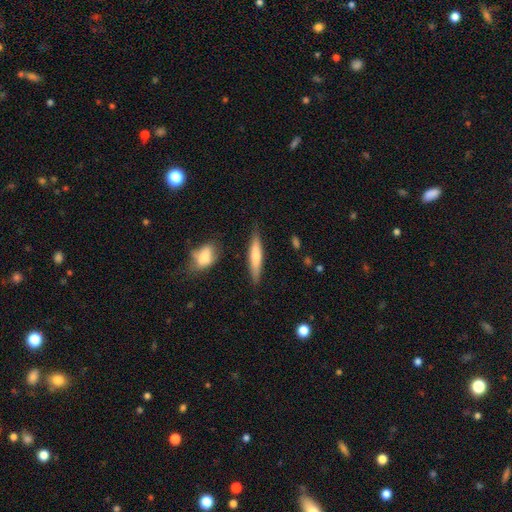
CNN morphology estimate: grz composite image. It shows a smooth galaxy with no disk features (64%) that is cigar-shaped (86%). Merging: none (82%).